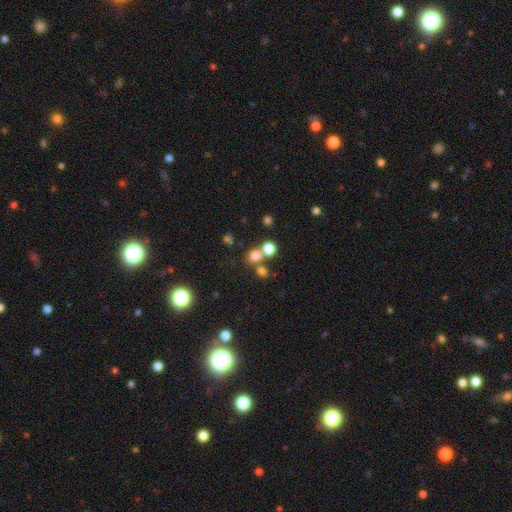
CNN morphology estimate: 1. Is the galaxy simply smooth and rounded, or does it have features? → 73% smooth, 18% star or artifact, 9% featured or disk.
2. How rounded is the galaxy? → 84% round, 15% in between, 1% cigar-shaped.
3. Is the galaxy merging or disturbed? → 54% none, 35% merger, 7% minor disturbance, 4% major disturbance.